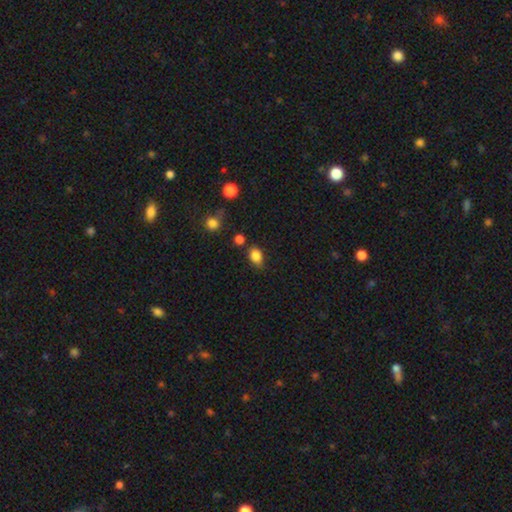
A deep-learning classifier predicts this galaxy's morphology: The model was most divided on "merging": none: 68%, minor disturbance: 22%, merger: 5%, major disturbance: 5%. More confident: smooth or featured — smooth (84%); how rounded — in between (74%).